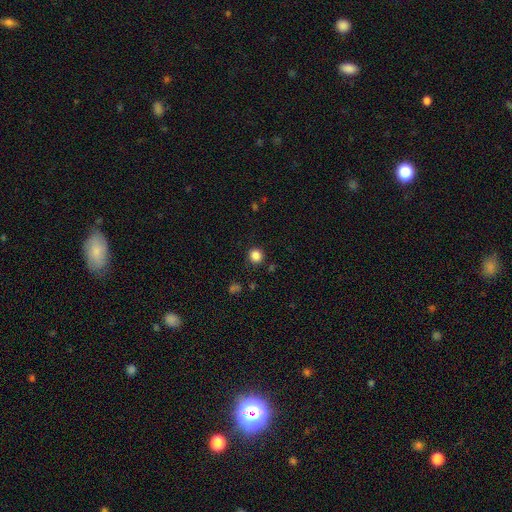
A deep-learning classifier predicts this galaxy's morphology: Q: Smooth or featured?
A: smooth (85%); runner-up: star or artifact (11%)
Q: How rounded?
A: round (90%); runner-up: in between (9%)
Q: Merging?
A: none (89%); runner-up: minor disturbance (7%)